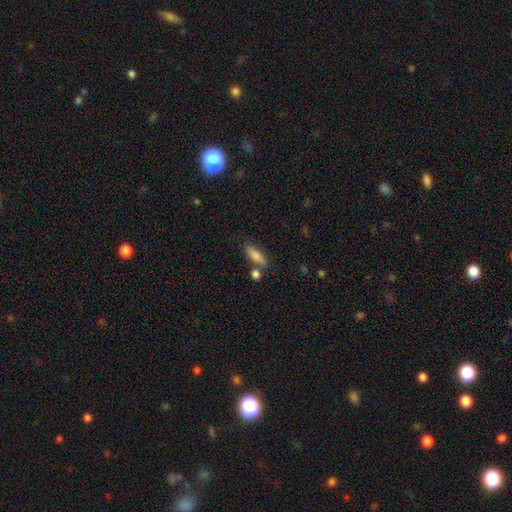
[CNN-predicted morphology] smooth-or-featured: smooth: 77% | featured or disk: 16% | star or artifact: 7%
  how-rounded: in between: 53% | cigar-shaped: 43% | round: 3%
  merging: none: 66% | minor disturbance: 16% | merger: 14% | major disturbance: 4%